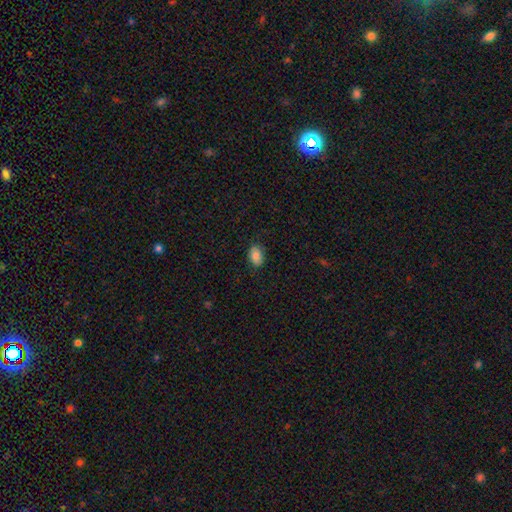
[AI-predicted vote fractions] This is clearly a smooth galaxy (86%). How rounded: clearly in between (87%). Merging: clearly none (86%).